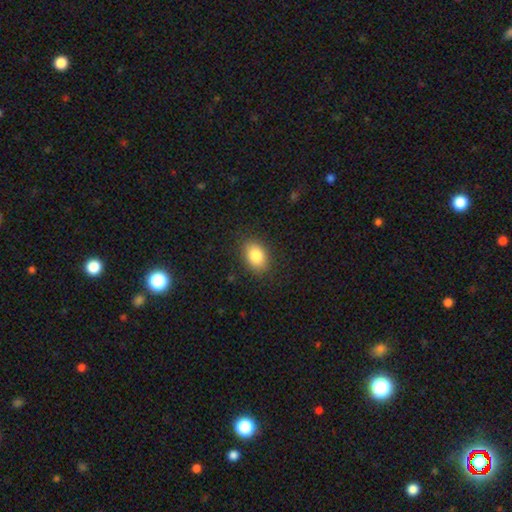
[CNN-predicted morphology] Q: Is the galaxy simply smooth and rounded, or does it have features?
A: smooth — 84%.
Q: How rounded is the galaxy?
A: in between — 81%.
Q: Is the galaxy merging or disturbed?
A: none — 86%.